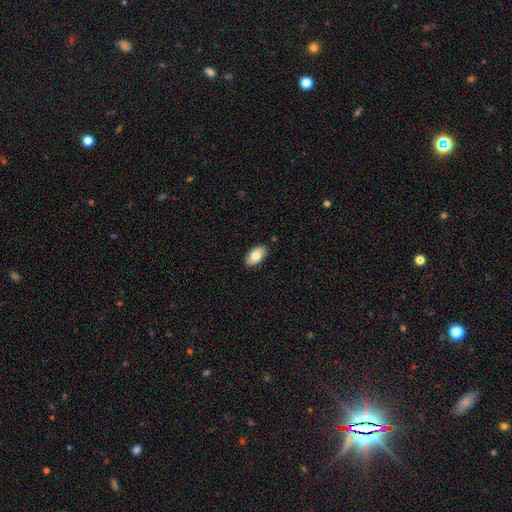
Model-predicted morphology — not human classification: Overall: smooth (80%). How rounded: in between (94%). Merging: none (88%).